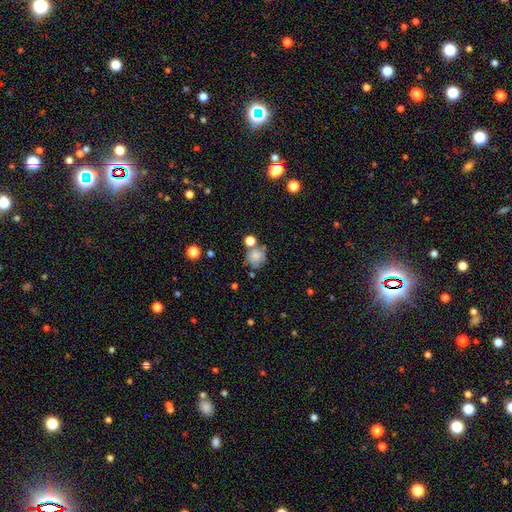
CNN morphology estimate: smooth_or_featured: smooth (p=0.80) [alt: star or artifact p=0.11]
how_rounded: round (p=0.86) [alt: in between p=0.13]
merging: none (p=0.59) [alt: merger p=0.20]